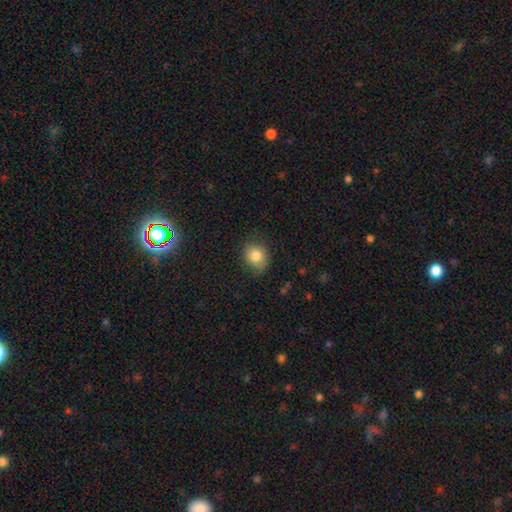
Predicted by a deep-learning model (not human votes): Smooth or featured?
  - smooth: 81% *
  - star or artifact: 9%
  - featured or disk: 9%
How rounded?
  - round: 61% *
  - in between: 38%
  - cigar-shaped: 1%
Merging?
  - none: 72% *
  - minor disturbance: 22%
  - major disturbance: 5%
  - merger: 1%